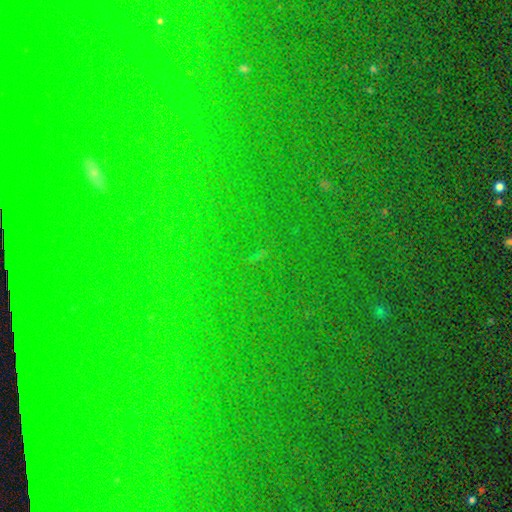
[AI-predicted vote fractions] This is likely a star or artifact rather than a galaxy (76%).